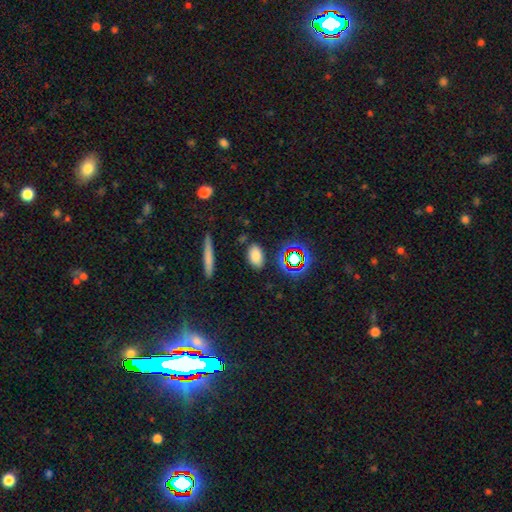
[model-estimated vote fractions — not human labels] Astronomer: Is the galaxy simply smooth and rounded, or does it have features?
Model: smooth — 78%.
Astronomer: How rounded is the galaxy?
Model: in between — 88%.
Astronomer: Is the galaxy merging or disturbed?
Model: none — 83%.